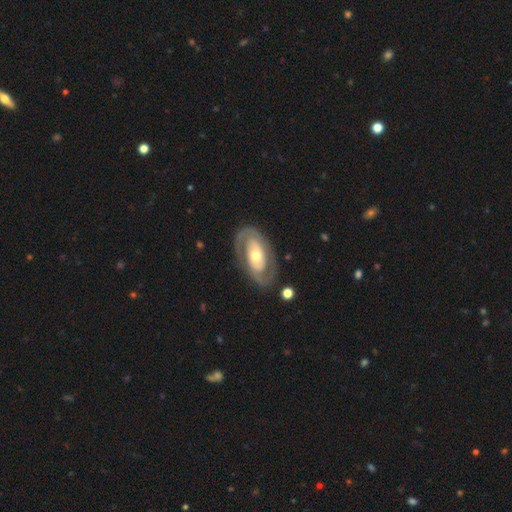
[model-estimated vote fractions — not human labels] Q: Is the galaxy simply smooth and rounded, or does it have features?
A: featured or disk — 84%.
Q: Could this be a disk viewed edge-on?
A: no — 95%.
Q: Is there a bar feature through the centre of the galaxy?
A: no — 60%.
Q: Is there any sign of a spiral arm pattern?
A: yes — 82%.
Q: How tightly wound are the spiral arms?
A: tight — 49%.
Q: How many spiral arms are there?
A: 2 — 85%.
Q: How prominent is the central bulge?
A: moderate — 60%.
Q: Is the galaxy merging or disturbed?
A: none — 81%.